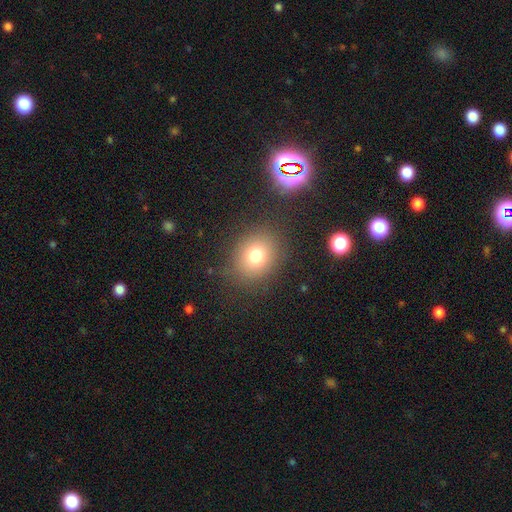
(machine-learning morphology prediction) Smooth or featured? smooth (75%)
How rounded? round (65%)
Merging? none (82%)